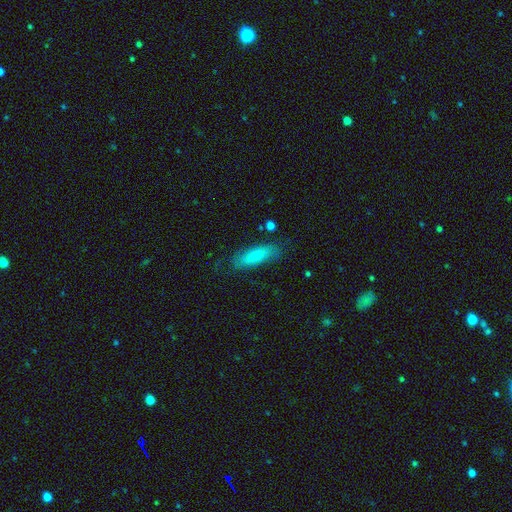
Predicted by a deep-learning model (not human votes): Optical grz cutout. It shows a smooth galaxy with no disk features (80%) that is in between round and cigar-shaped (56%). Merging: none (74%).